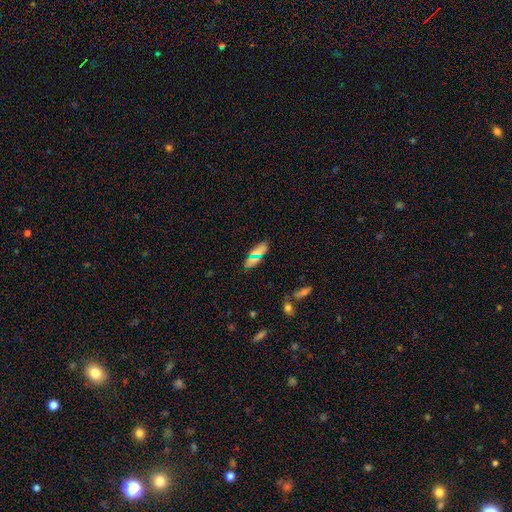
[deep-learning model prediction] smooth_or_featured: smooth (p=0.68) [alt: star or artifact p=0.18]
how_rounded: in between (p=0.71) [alt: cigar-shaped p=0.25]
merging: none (p=0.79) [alt: minor disturbance p=0.13]